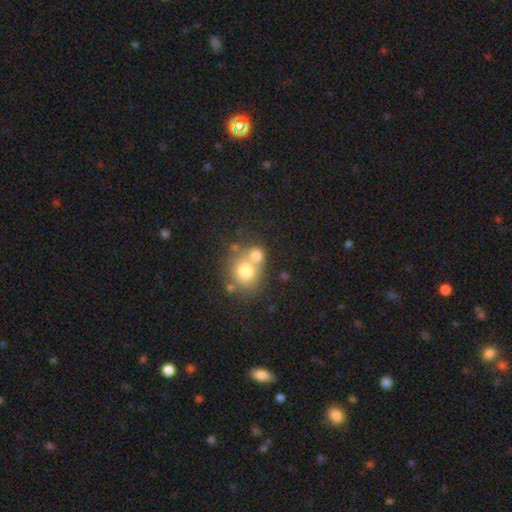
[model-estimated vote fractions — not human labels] This is likely a smooth galaxy (72%). How rounded: likely round (75%). Merging: possibly merger (51%).